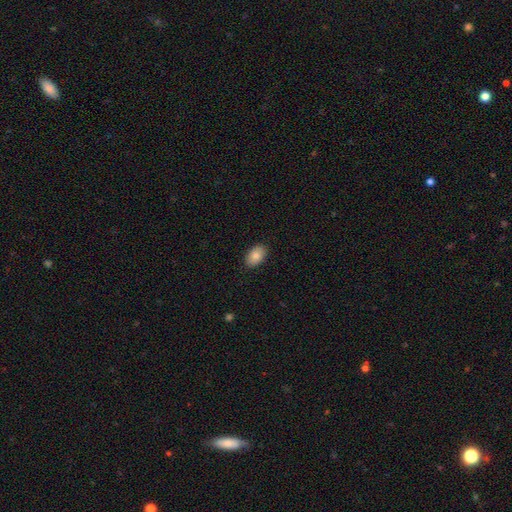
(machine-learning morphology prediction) A smooth galaxy with no disk features (84%) that is in between round and cigar-shaped (91%). Merging: none (89%).